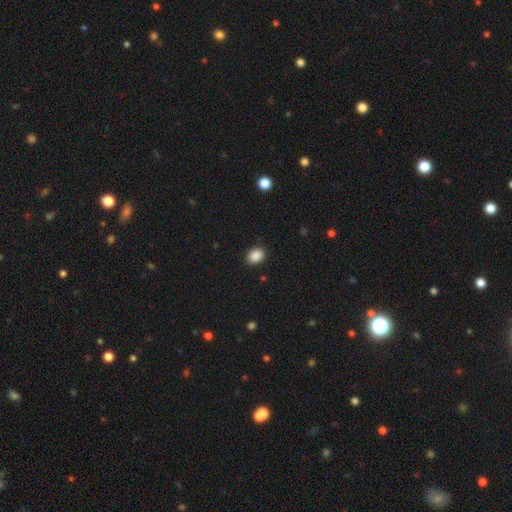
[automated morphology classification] Smooth or featured?
  - smooth: 89% *
  - star or artifact: 9%
  - featured or disk: 3%
How rounded?
  - in between: 63% *
  - round: 37%
  - cigar-shaped: 1%
Merging?
  - none: 88% *
  - minor disturbance: 8%
  - major disturbance: 2%
  - merger: 1%